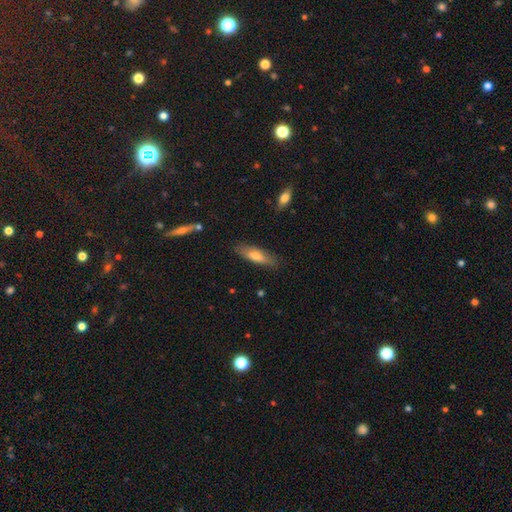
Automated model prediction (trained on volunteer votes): Q: Smooth or featured?
A: smooth (66%); runner-up: featured or disk (28%)
Q: How rounded?
A: cigar-shaped (62%); runner-up: in between (37%)
Q: Merging?
A: none (83%); runner-up: minor disturbance (13%)